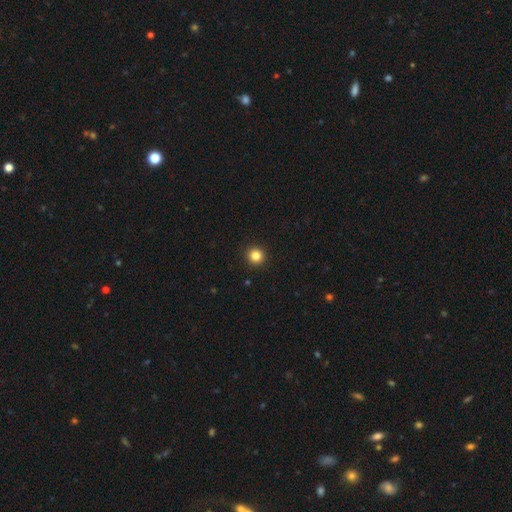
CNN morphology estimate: Smooth or featured: smooth — 84% (star or artifact — 12%)
How rounded: round — 95% (in between — 4%)
Merging: none — 93% (minor disturbance — 4%)